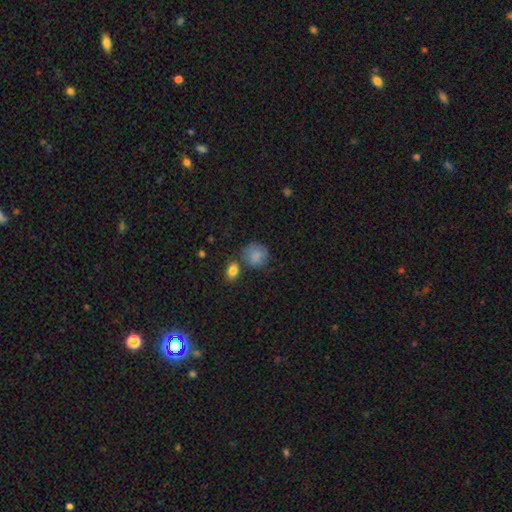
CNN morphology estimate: type=smooth (83%); roundness=round (73%); merging=none (58%).